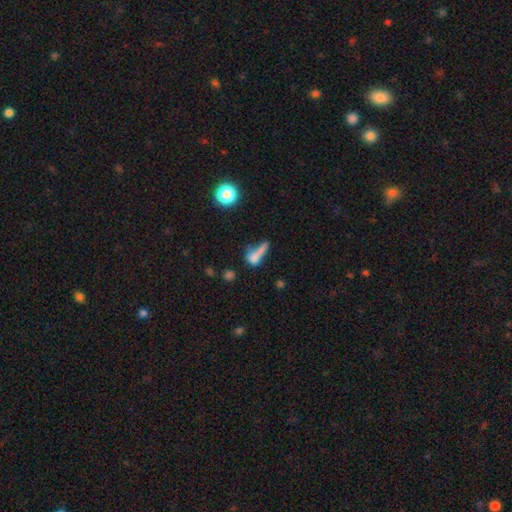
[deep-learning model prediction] A smooth galaxy with no disk features (64%) that is cigar-shaped (44%). Merging: none (30%, tied with merger).